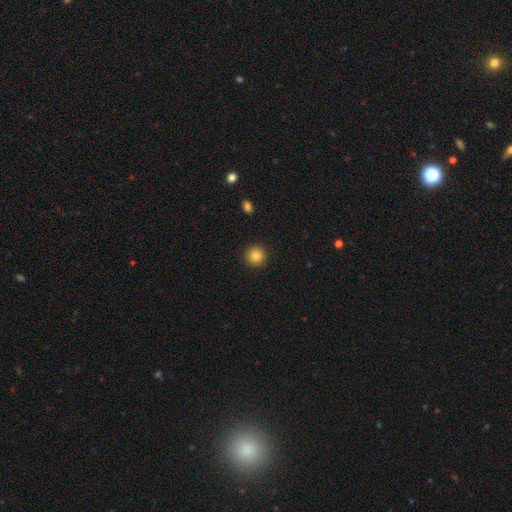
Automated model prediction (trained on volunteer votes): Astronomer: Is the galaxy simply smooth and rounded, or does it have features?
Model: smooth — 85%.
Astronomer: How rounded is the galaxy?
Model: round — 95%.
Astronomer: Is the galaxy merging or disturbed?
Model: none — 93%.